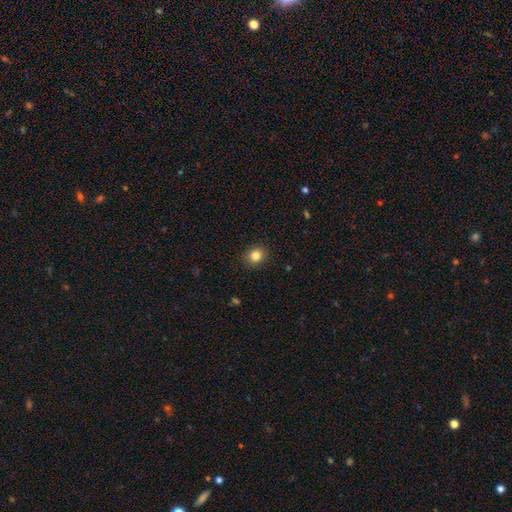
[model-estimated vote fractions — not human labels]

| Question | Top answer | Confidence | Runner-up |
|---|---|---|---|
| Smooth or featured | smooth | 84% | star or artifact (10%) |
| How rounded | round | 72% | in between (27%) |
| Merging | none | 90% | minor disturbance (7%) |